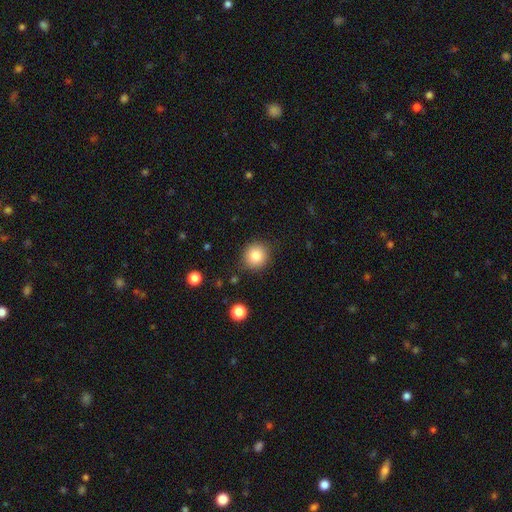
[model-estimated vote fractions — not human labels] A smooth galaxy with no disk features (83%) that is round (90%).

Vote fractions:
- Smooth or featured? smooth: 83% / star or artifact: 10% / featured or disk: 7%
- How rounded? round: 90% / in between: 9% / cigar-shaped: 1%
- Merging? none: 87% / minor disturbance: 8% / major disturbance: 3% / merger: 2%